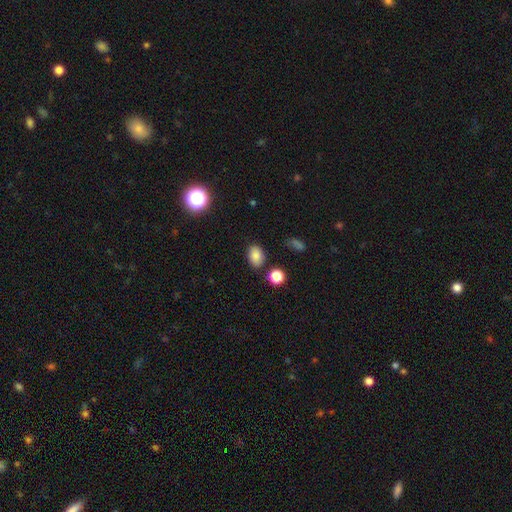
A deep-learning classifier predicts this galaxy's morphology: This appears to be a smooth galaxy with no disk features (83%) that is in between round and cigar-shaped (81%). Merging: none (82%).